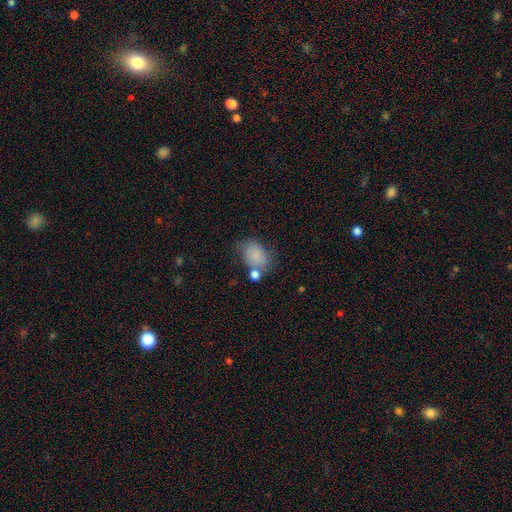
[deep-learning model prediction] The model was most divided on "merging": none: 49%, minor disturbance: 23%, merger: 17%, major disturbance: 10%. More confident: smooth or featured — smooth (79%); how rounded — in between (67%).